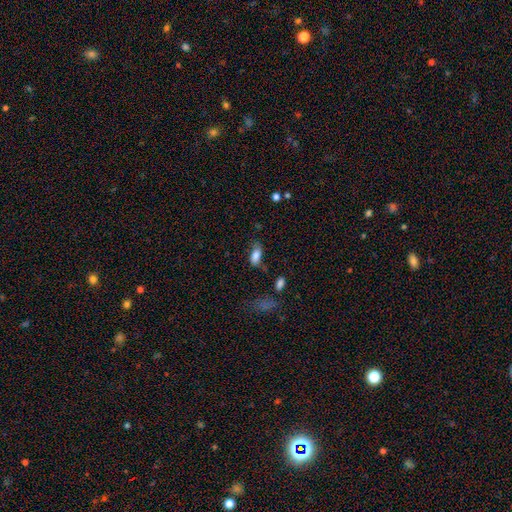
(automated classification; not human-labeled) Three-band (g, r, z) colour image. It shows a smooth galaxy with no disk features (83%) that is in between round and cigar-shaped (88%). Merging: none (61%).